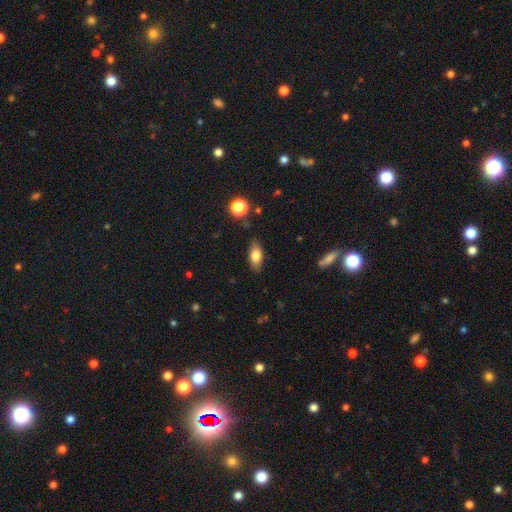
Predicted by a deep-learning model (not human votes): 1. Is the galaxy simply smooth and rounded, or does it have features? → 77% smooth, 15% featured or disk, 8% star or artifact.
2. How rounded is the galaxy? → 85% in between, 11% cigar-shaped, 4% round.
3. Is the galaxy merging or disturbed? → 83% none, 13% minor disturbance, 3% major disturbance, 2% merger.